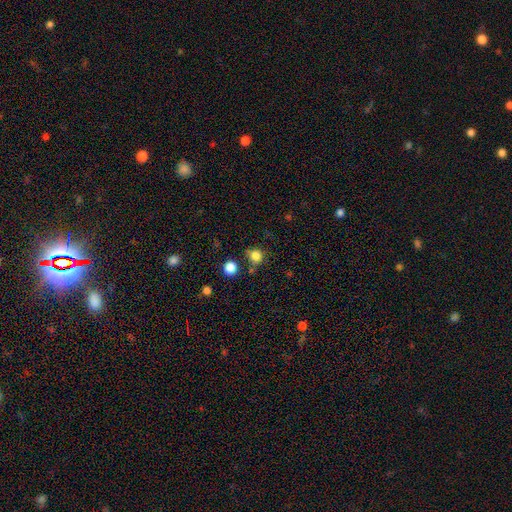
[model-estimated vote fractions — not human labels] Overall: smooth (83%). How rounded: round (86%). Merging: none (71%).